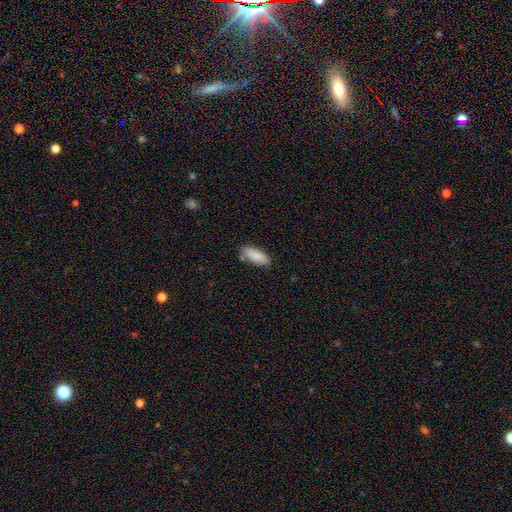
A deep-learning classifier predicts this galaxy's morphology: Smooth or featured?
  - smooth: 85% *
  - featured or disk: 8%
  - star or artifact: 6%
How rounded?
  - in between: 82% *
  - cigar-shaped: 16%
  - round: 2%
Merging?
  - none: 76% *
  - minor disturbance: 16%
  - merger: 5%
  - major disturbance: 3%